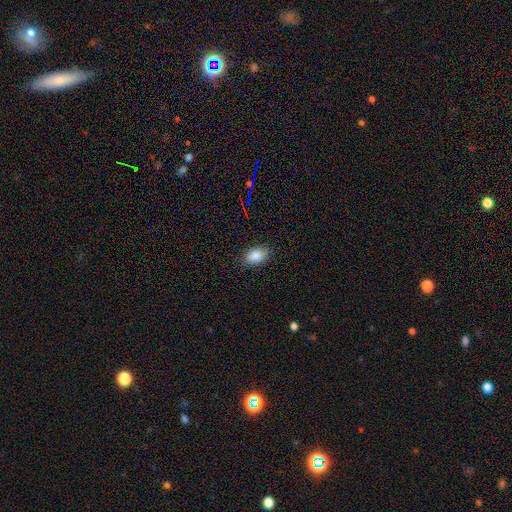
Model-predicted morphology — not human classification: This appears to be a smooth galaxy with no disk features (87%) that is in between round and cigar-shaped (89%). Merging: none (87%).